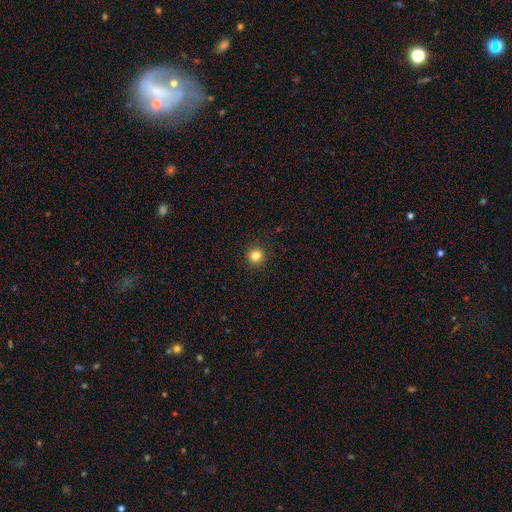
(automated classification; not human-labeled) smooth 83%, star or artifact 12%, featured or disk 5%. Down the decision tree: how rounded — round (94%); merging — none (92%).